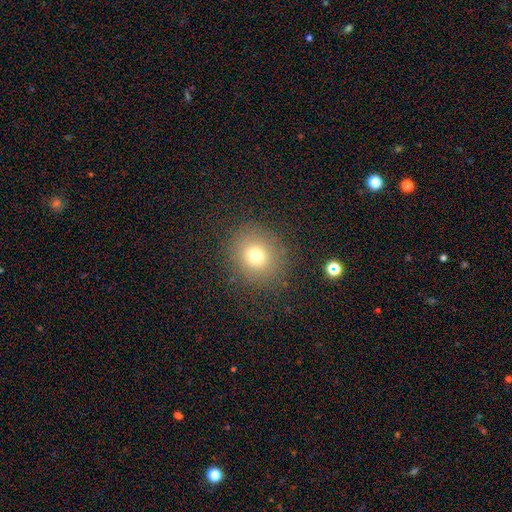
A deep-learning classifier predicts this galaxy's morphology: Smooth or featured? smooth (71%)
How rounded? round (85%)
Merging? none (85%)